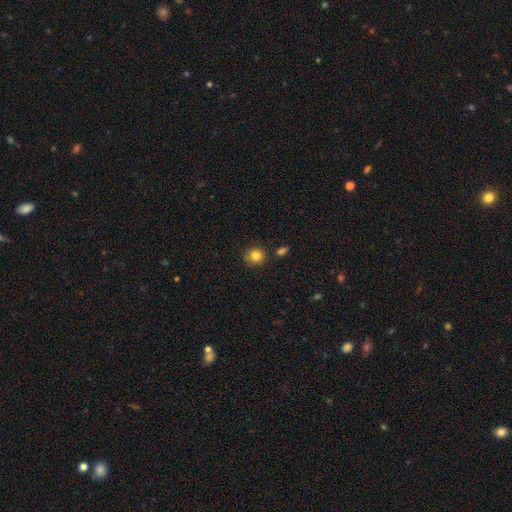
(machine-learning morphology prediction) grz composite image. It shows a smooth galaxy with no disk features (83%) that is round (90%). Merging: none (84%).